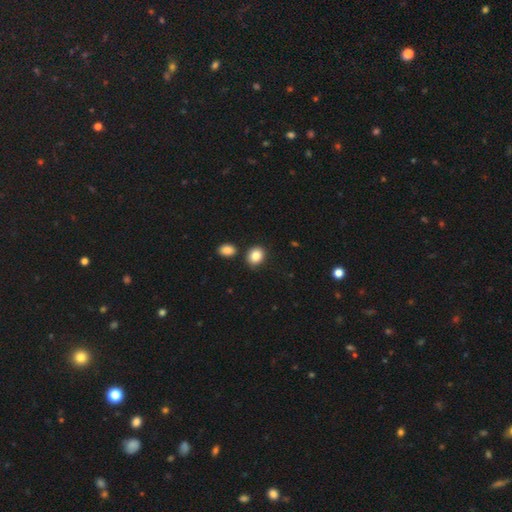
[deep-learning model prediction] Smooth or featured? Predicted: smooth (p=0.87). How rounded? Predicted: round (p=0.54). Merging? Predicted: none (p=0.79).